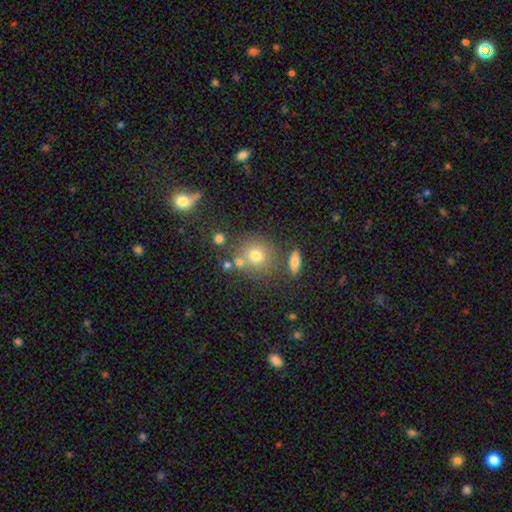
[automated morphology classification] Overall: smooth (72%). How rounded: round (86%). Merging: none (69%).